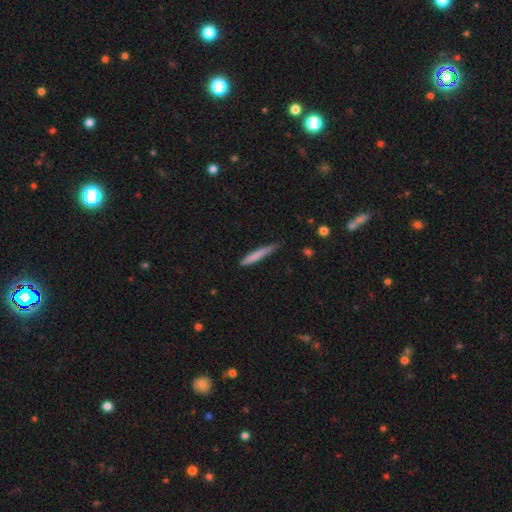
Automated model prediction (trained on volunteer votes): smooth 77%, featured or disk 17%, star or artifact 6%. Down the decision tree: how rounded — cigar-shaped (95%); merging — none (72%).